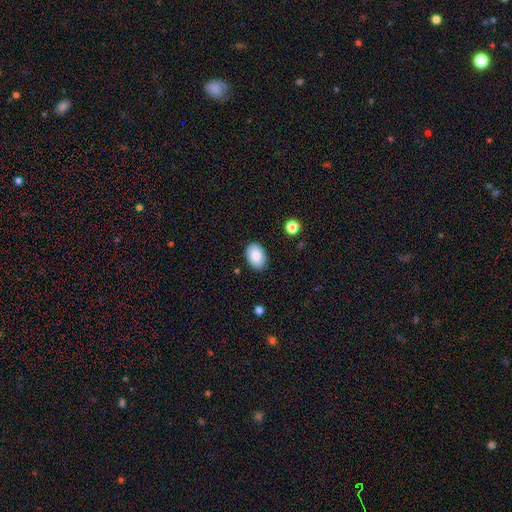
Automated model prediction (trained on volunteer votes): Q: Smooth or featured?
A: smooth (86%); runner-up: star or artifact (7%)
Q: How rounded?
A: in between (87%); runner-up: round (12%)
Q: Merging?
A: none (87%); runner-up: minor disturbance (9%)